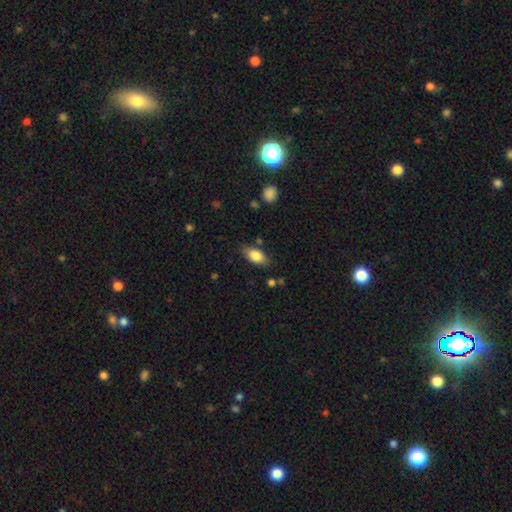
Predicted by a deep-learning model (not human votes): Smooth or featured? smooth (82%)
How rounded? in between (88%)
Merging? none (78%)